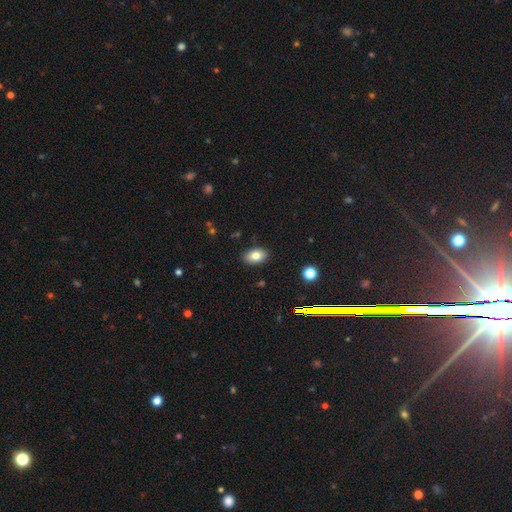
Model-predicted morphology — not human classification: Overall: smooth (82%). How rounded: in between (89%). Merging: none (88%).